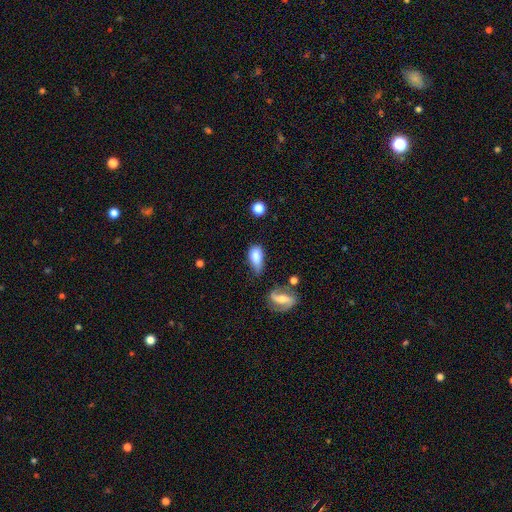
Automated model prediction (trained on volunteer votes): A smooth galaxy with no disk features (75%) that is in between round and cigar-shaped (85%).

Vote fractions:
- Smooth or featured? smooth: 75% / featured or disk: 17% / star or artifact: 8%
- How rounded? in between: 85% / round: 8% / cigar-shaped: 7%
- Merging? none: 38% / minor disturbance: 36% / major disturbance: 17% / merger: 9%